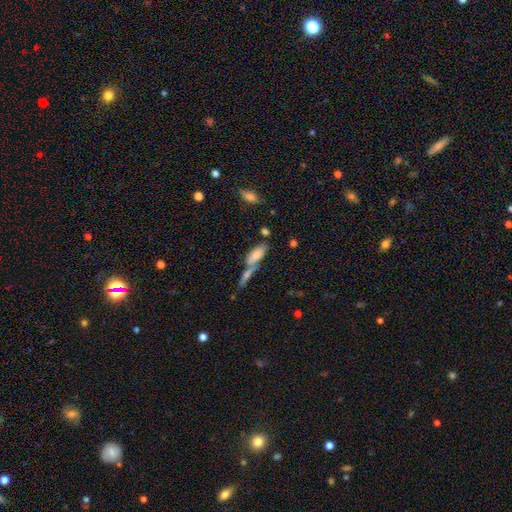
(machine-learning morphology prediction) type=smooth (74%); roundness=in between (68%); merging=merger (50%).